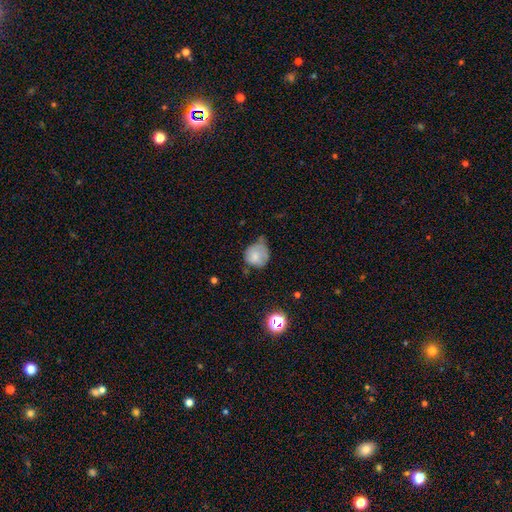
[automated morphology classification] This appears to be a smooth galaxy with no disk features (74%) that is round (72%). Merging: minor disturbance (45%).